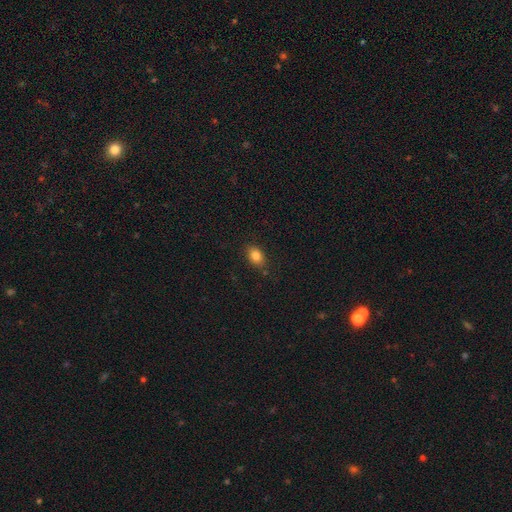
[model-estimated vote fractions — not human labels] A smooth galaxy with no disk features (83%) that is in between round and cigar-shaped (76%).

Vote fractions:
- Smooth or featured? smooth: 83% / star or artifact: 10% / featured or disk: 7%
- How rounded? in between: 76% / round: 22% / cigar-shaped: 1%
- Merging? none: 84% / minor disturbance: 12% / major disturbance: 3% / merger: 2%